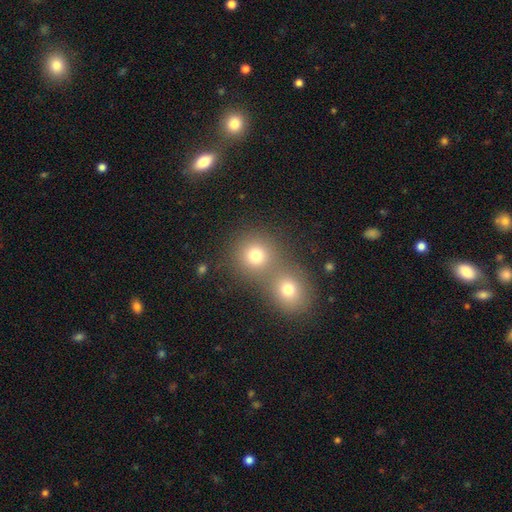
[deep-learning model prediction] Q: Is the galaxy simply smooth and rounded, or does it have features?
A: smooth — 76%.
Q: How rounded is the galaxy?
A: round — 86%.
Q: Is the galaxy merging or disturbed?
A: merger — 47%.